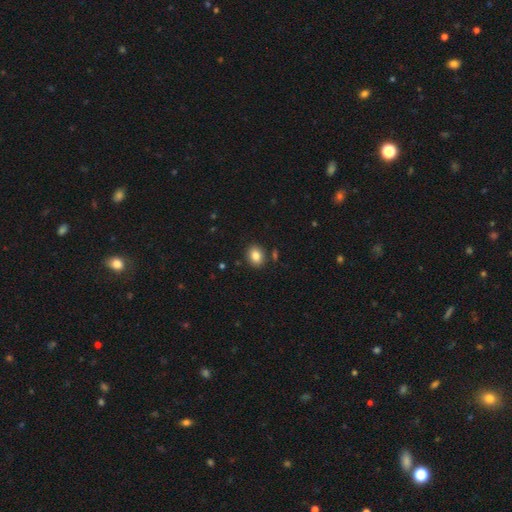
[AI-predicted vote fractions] Smooth or featured? Predicted: smooth (p=0.84). How rounded? Predicted: in between (p=0.56). Merging? Predicted: none (p=0.86).